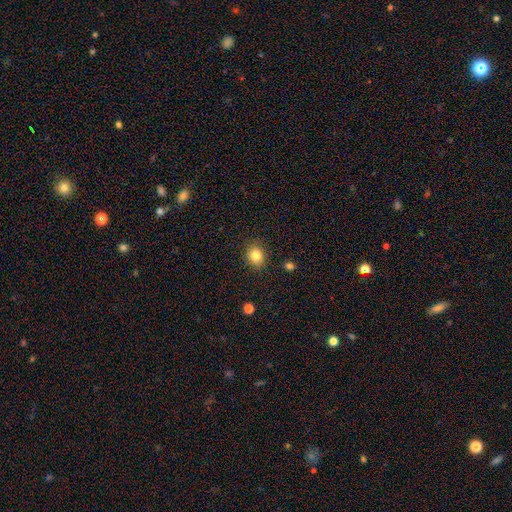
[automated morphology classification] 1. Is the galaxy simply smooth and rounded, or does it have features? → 83% smooth, 11% star or artifact, 6% featured or disk.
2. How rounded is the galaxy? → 72% round, 27% in between, 1% cigar-shaped.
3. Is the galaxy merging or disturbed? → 88% none, 8% minor disturbance, 2% major disturbance, 1% merger.